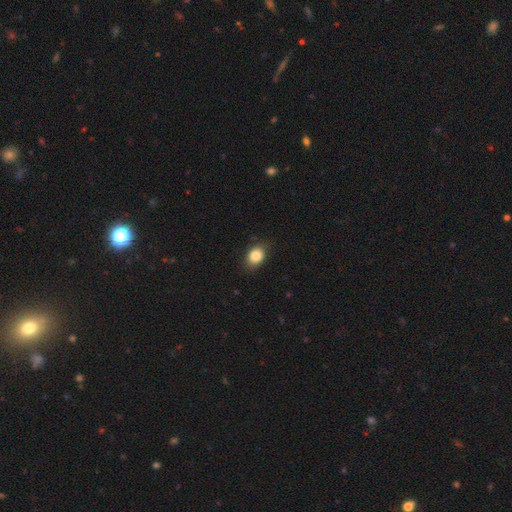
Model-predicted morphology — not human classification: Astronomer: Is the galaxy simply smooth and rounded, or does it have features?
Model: smooth — 85%.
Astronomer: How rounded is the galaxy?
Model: in between — 66%.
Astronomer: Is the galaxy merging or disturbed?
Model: none — 78%.